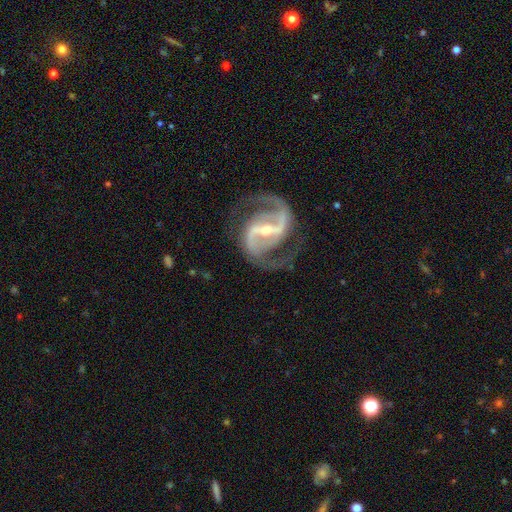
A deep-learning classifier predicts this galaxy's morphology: The model was most divided on "bar": strong: 57%, weak: 32%, no: 11%. More confident: spiral arms — yes (98%); edge-on disk — no (98%); spiral arm count — 2 (93%); smooth or featured — featured or disk (92%); merging — none (79%); bulge size — small (65%); spiral winding — medium (59%).